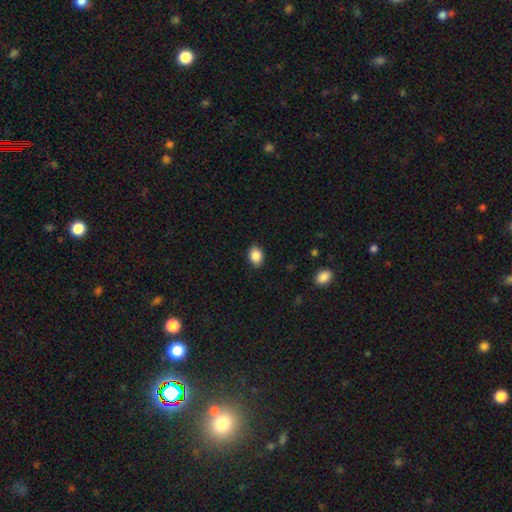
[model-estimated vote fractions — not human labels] Morphology: type=smooth (87%); roundness=in between (64%); merging=none (87%).